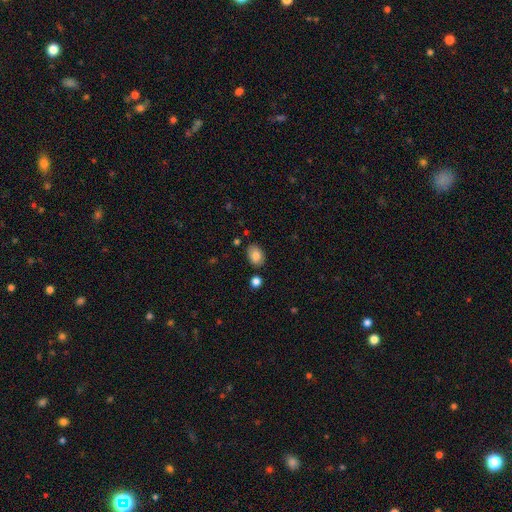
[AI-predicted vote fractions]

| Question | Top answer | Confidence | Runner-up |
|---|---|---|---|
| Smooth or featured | smooth | 82% | featured or disk (10%) |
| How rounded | in between | 75% | round (24%) |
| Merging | none | 82% | minor disturbance (12%) |